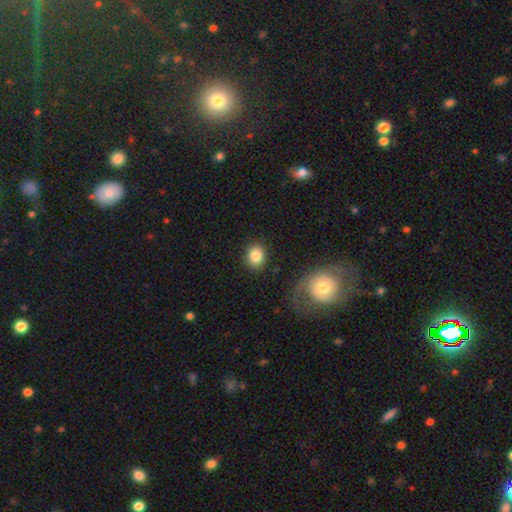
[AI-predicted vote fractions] A smooth galaxy with no disk features (84%) that is round (60%).

Vote fractions:
- Smooth or featured? smooth: 84% / star or artifact: 9% / featured or disk: 7%
- How rounded? round: 60% / in between: 39% / cigar-shaped: 1%
- Merging? none: 88% / minor disturbance: 8% / major disturbance: 3% / merger: 2%